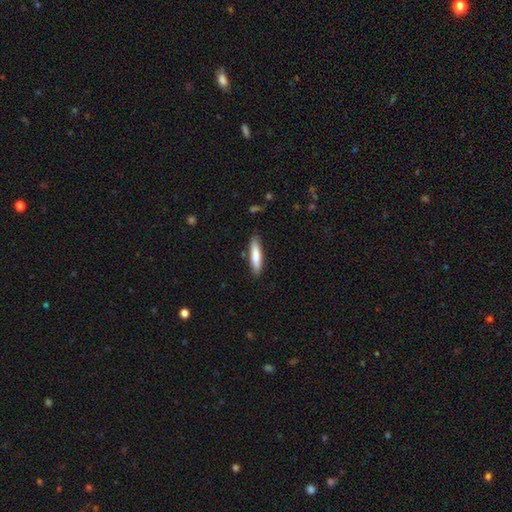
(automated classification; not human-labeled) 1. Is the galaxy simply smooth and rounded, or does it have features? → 78% smooth, 16% featured or disk, 6% star or artifact.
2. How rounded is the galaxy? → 82% cigar-shaped, 17% in between, 1% round.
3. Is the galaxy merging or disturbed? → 85% none, 11% minor disturbance, 2% major disturbance, 2% merger.